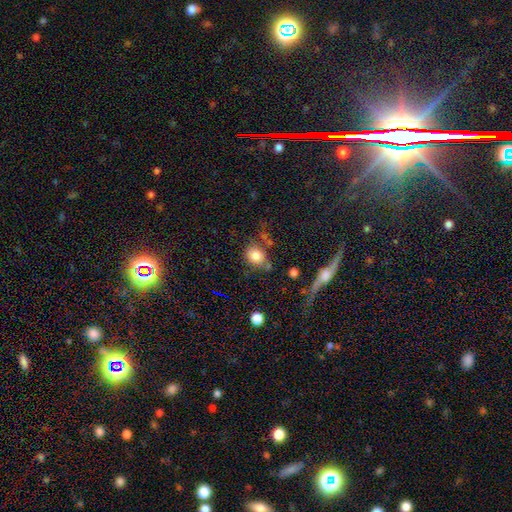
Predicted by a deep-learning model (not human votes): Smooth or featured? Predicted: smooth (p=0.81). How rounded? Predicted: round (p=0.67). Merging? Predicted: none (p=0.62).